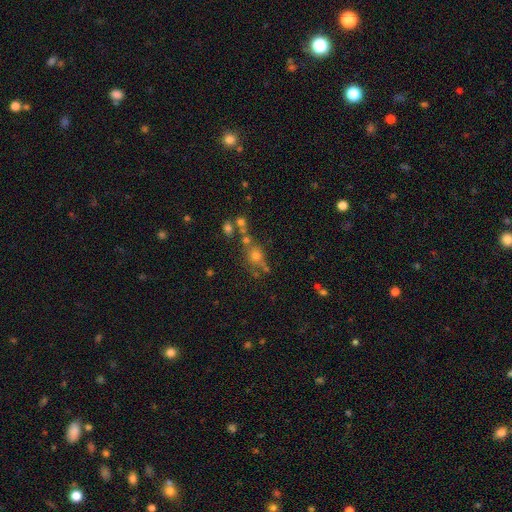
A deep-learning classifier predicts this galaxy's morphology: Smooth or featured: smooth — 53% (star or artifact — 30%)
How rounded: round — 75% (in between — 22%)
Merging: none — 60% (merger — 19%)